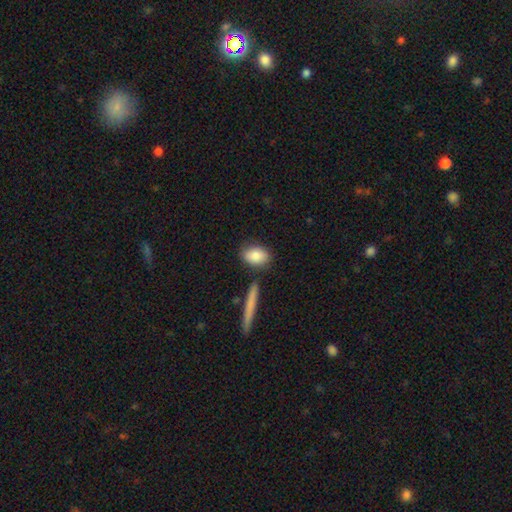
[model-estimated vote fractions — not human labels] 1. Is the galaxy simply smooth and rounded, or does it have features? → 84% smooth, 9% featured or disk, 6% star or artifact.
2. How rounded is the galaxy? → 79% in between, 16% round, 5% cigar-shaped.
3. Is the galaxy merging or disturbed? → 75% none, 13% minor disturbance, 8% merger, 4% major disturbance.